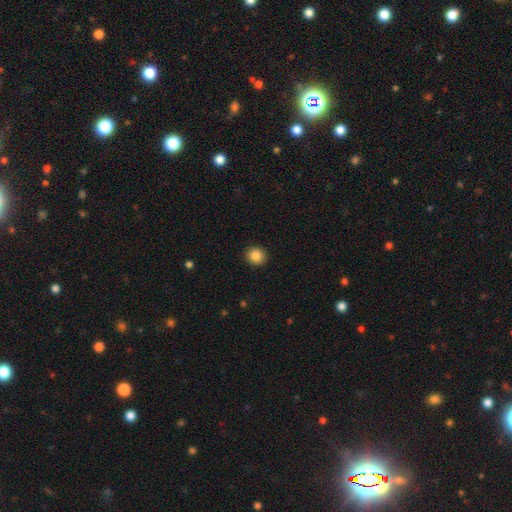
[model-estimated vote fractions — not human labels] Smooth or featured: smooth — 86% (star or artifact — 10%)
How rounded: round — 87% (in between — 13%)
Merging: none — 92% (minor disturbance — 5%)